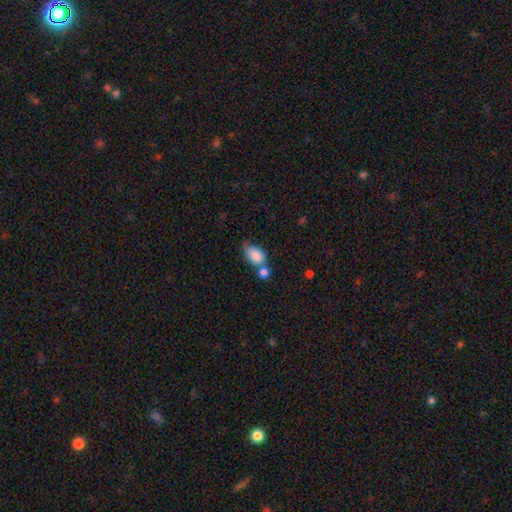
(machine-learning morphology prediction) smooth 84%, star or artifact 8%, featured or disk 8%. Down the decision tree: how rounded — in between (81%); merging — merger (42%).